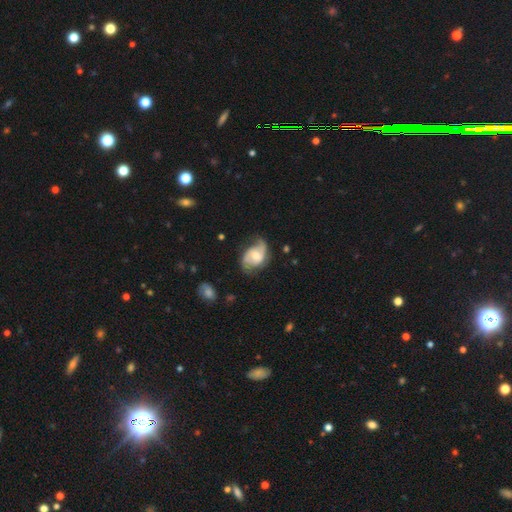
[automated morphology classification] The model was most divided on "bar": no: 49%, weak: 42%, strong: 9%. Remaining: edge-on disk — no (97%); spiral arms — yes (90%); spiral arm count — 2 (76%); smooth or featured — featured or disk (70%); bulge size — moderate (54%); merging — none (54%); spiral winding — medium (44%).